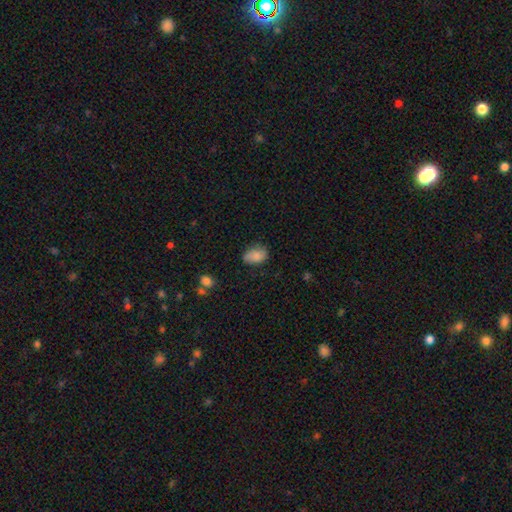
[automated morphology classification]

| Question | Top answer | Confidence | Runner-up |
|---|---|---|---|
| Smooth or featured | smooth | 82% | featured or disk (11%) |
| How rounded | in between | 86% | round (12%) |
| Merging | none | 70% | minor disturbance (23%) |